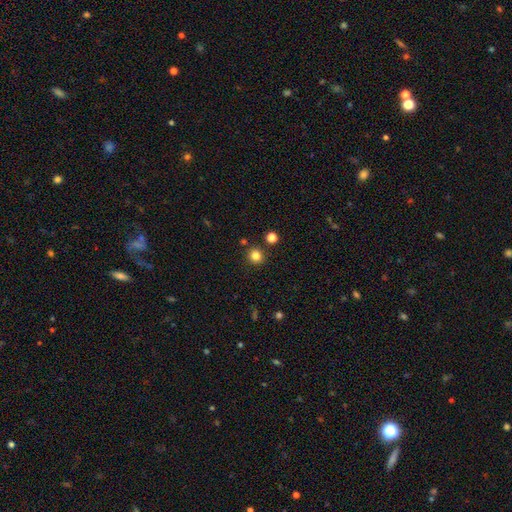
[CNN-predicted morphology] The model was most divided on "smooth or featured": smooth: 81%, star or artifact: 14%, featured or disk: 5%. More confident: how rounded — round (94%); merging — none (88%).